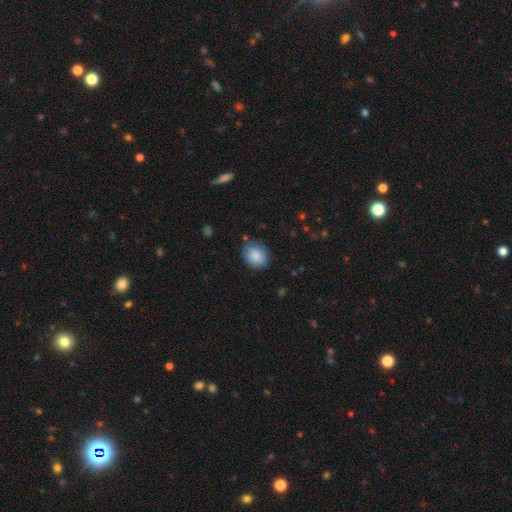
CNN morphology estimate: Smooth or featured?
  - smooth: 88% *
  - star or artifact: 7%
  - featured or disk: 5%
How rounded?
  - in between: 60% *
  - round: 39%
  - cigar-shaped: 1%
Merging?
  - none: 80% *
  - minor disturbance: 15%
  - major disturbance: 3%
  - merger: 2%